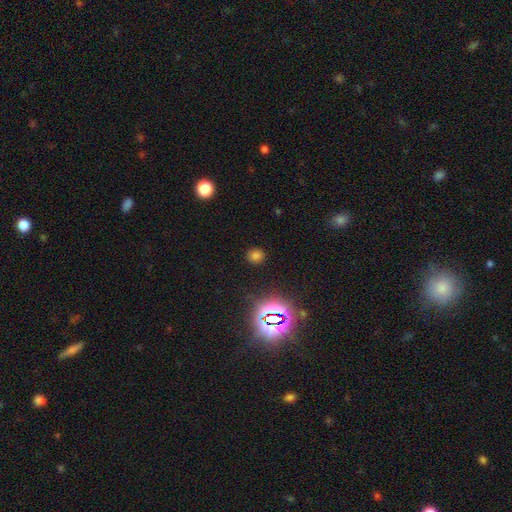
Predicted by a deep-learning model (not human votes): smooth-or-featured: smooth: 69% | star or artifact: 26% | featured or disk: 6%
  how-rounded: round: 82% | in between: 17% | cigar-shaped: 1%
  merging: none: 87% | minor disturbance: 8% | major disturbance: 3% | merger: 2%